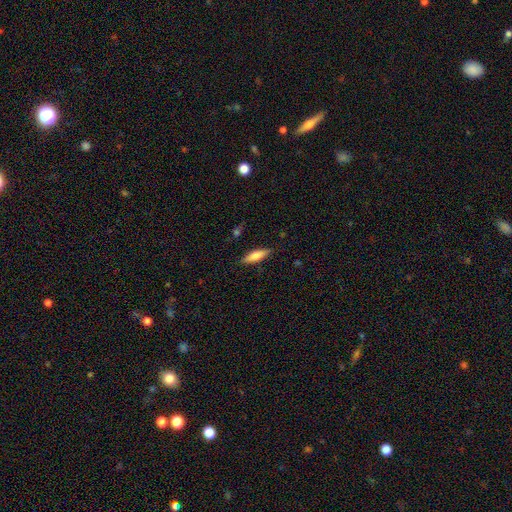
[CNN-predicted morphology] smooth 68%, featured or disk 26%, star or artifact 6%. Down the decision tree: how rounded — cigar-shaped (58%); merging — none (85%).